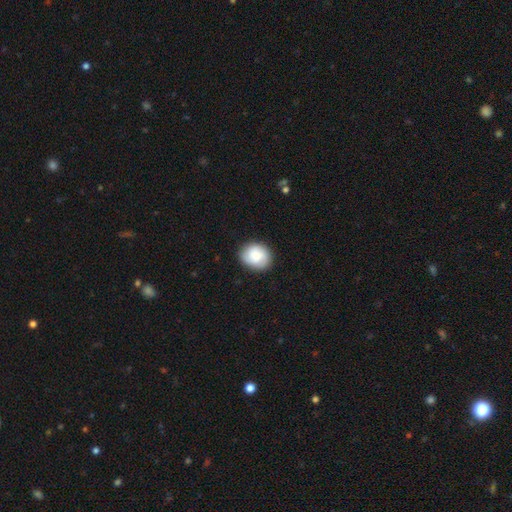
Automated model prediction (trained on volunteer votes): Morphology: type=smooth (74%); roundness=round (63%); merging=none (83%).